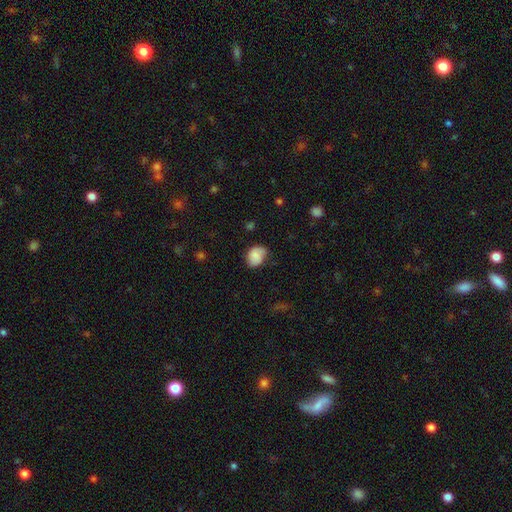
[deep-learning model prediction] Smooth or featured: smooth — 73% (featured or disk — 19%)
How rounded: in between — 59% (round — 40%)
Merging: none — 59% (minor disturbance — 31%)